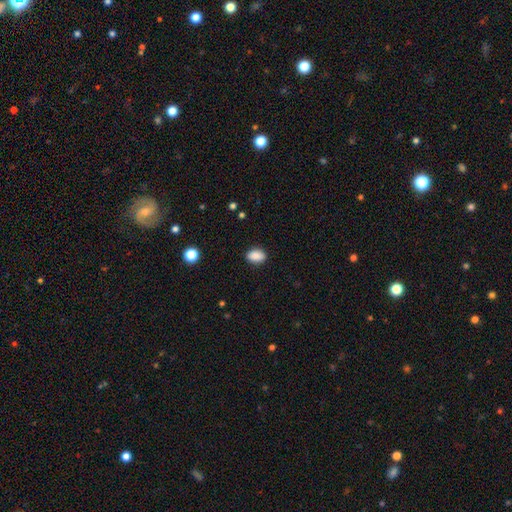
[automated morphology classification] smooth_or_featured: smooth (p=0.88) [alt: star or artifact p=0.08]
how_rounded: in between (p=0.81) [alt: round p=0.17]
merging: none (p=0.87) [alt: minor disturbance p=0.10]